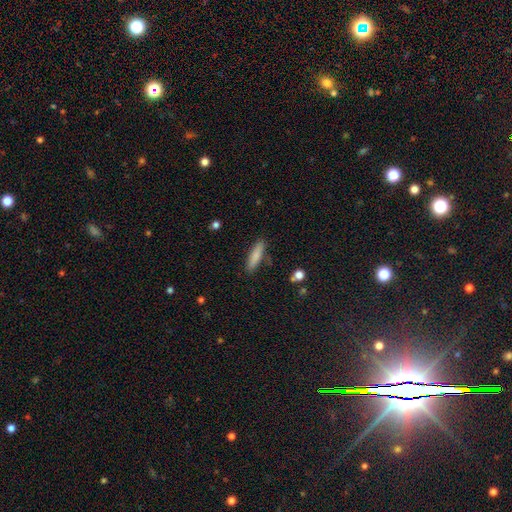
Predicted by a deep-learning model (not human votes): Morphology: type=smooth (83%); roundness=cigar-shaped (76%); merging=none (85%).